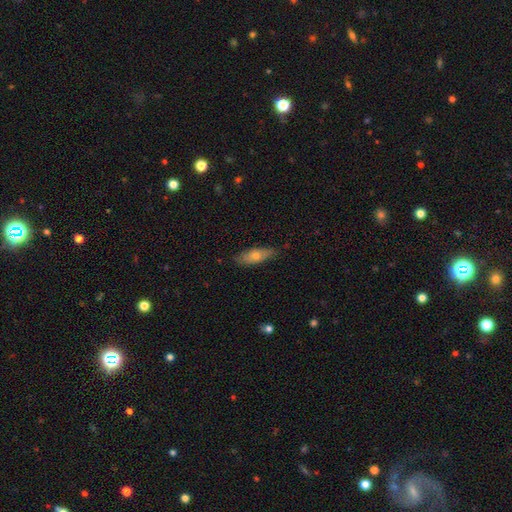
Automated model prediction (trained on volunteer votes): Q: Smooth or featured?
A: smooth (59%); runner-up: featured or disk (34%)
Q: How rounded?
A: in between (59%); runner-up: cigar-shaped (38%)
Q: Merging?
A: none (80%); runner-up: minor disturbance (16%)